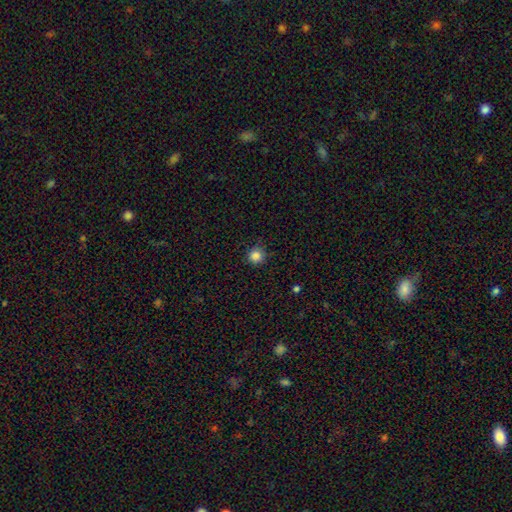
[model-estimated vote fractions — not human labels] smooth_or_featured: smooth (p=0.85) [alt: star or artifact p=0.11]
how_rounded: round (p=0.95) [alt: in between p=0.04]
merging: none (p=0.86) [alt: minor disturbance p=0.11]